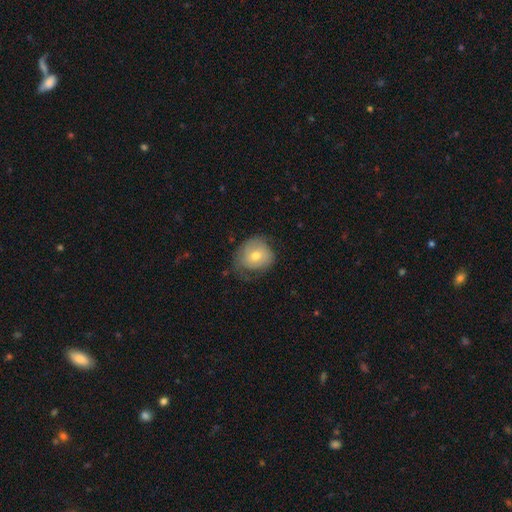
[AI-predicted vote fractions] The model was most divided on "merging": none: 53%, minor disturbance: 31%, major disturbance: 14%, merger: 1%. More confident: how rounded — round (73%); smooth or featured — smooth (65%).